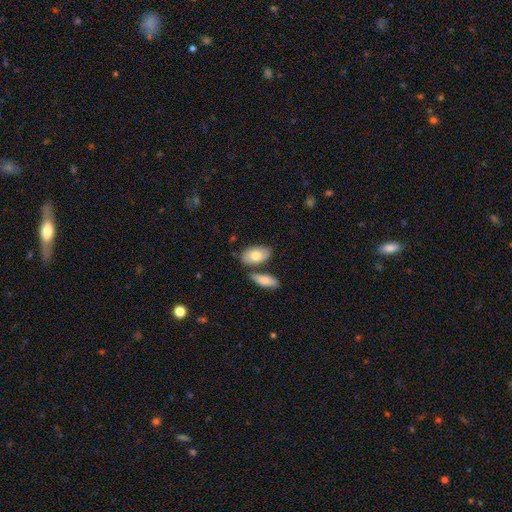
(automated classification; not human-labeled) The model was most divided on "merging": none: 62%, merger: 23%, minor disturbance: 12%, major disturbance: 3%. More confident: how rounded — in between (92%); smooth or featured — smooth (76%).